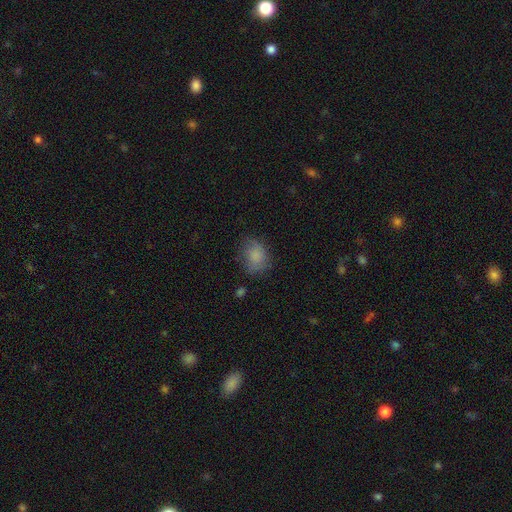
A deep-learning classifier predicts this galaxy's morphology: Overall: smooth (80%). How rounded: in between (54%; round 45%). Merging: none (63%; minor disturbance 25%).